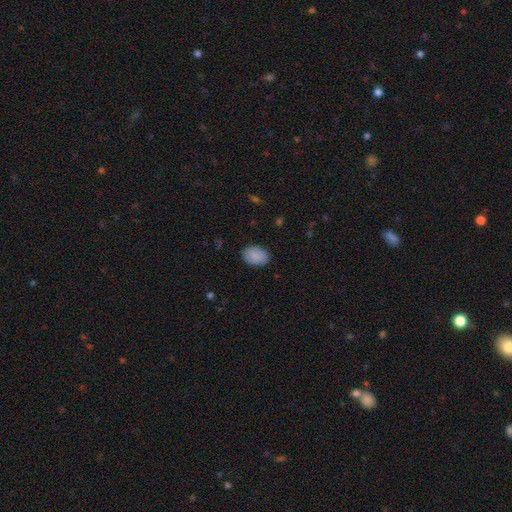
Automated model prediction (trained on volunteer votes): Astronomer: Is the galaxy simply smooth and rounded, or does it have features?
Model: smooth — 89%.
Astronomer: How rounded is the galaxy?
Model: in between — 81%.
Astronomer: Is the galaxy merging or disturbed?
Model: none — 87%.